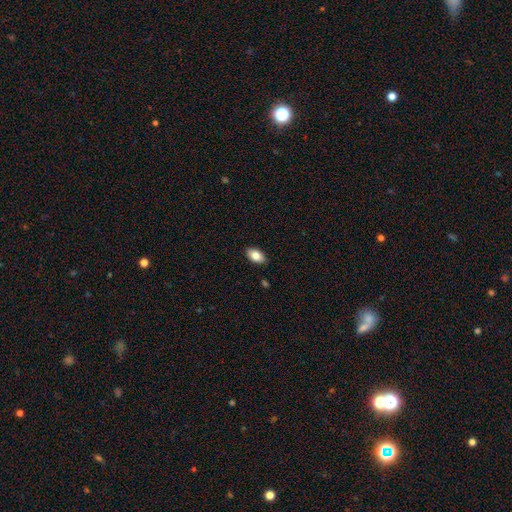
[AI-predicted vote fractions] Smooth or featured?
  - smooth: 83% *
  - featured or disk: 10%
  - star or artifact: 7%
How rounded?
  - in between: 92% *
  - round: 6%
  - cigar-shaped: 2%
Merging?
  - none: 88% *
  - minor disturbance: 9%
  - major disturbance: 2%
  - merger: 1%